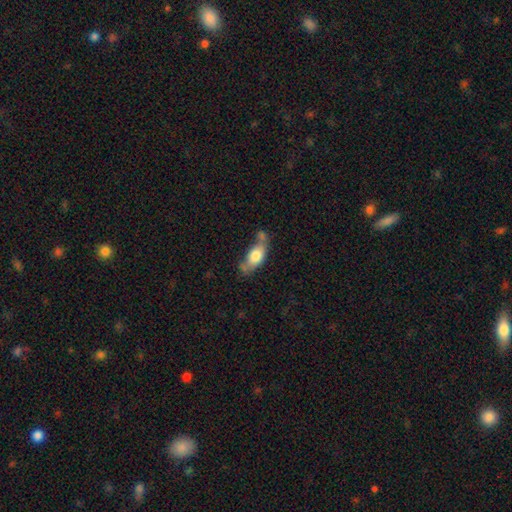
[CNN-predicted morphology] Smooth or featured?
  - smooth: 71% *
  - featured or disk: 22%
  - star or artifact: 7%
How rounded?
  - in between: 82% *
  - cigar-shaped: 13%
  - round: 5%
Merging?
  - none: 40% *
  - minor disturbance: 27%
  - merger: 22%
  - major disturbance: 11%